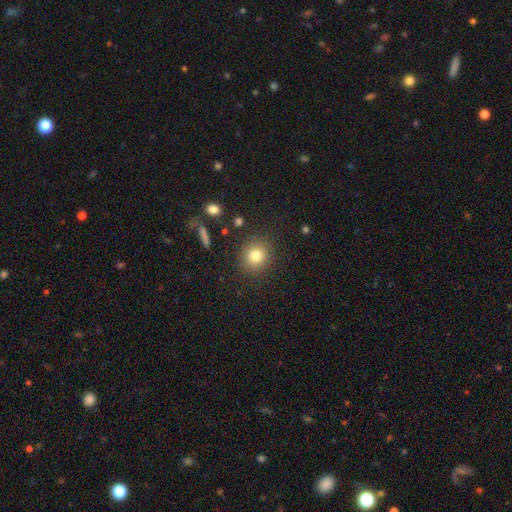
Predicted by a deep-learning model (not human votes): smooth-or-featured: smooth: 81% | star or artifact: 11% | featured or disk: 8%
  how-rounded: round: 82% | in between: 17% | cigar-shaped: 1%
  merging: none: 87% | minor disturbance: 8% | major disturbance: 3% | merger: 2%